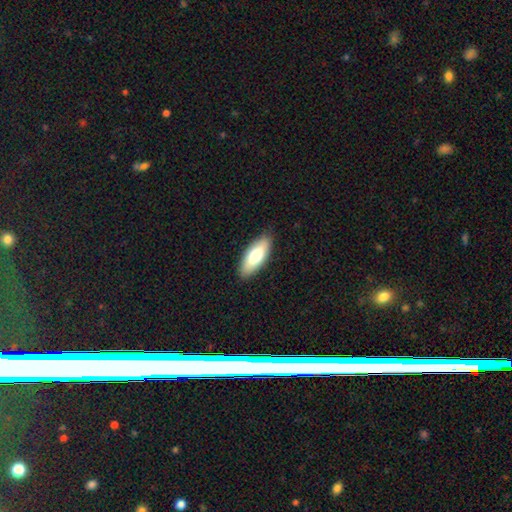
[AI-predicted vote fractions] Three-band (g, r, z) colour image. It shows a smooth galaxy with no disk features (76%) that is in between round and cigar-shaped (75%). Merging: none (88%).